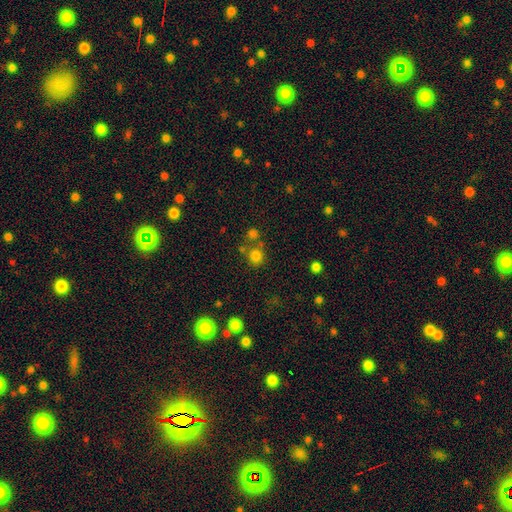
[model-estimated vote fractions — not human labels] Overall: smooth (78%). How rounded: round (87%). Merging: none (67%).